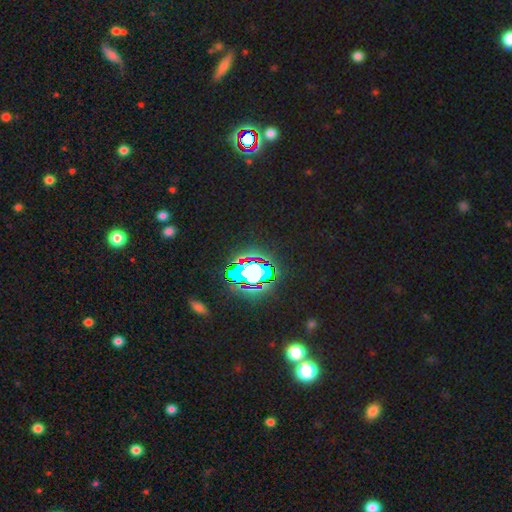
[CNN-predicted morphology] Smooth or featured? Predicted: star or artifact (p=0.82).